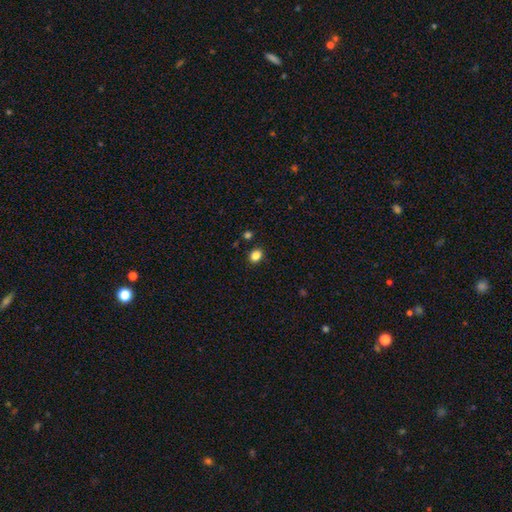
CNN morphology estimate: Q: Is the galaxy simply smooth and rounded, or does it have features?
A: smooth — 85%.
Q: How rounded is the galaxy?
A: round — 60%.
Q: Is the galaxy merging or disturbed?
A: none — 89%.